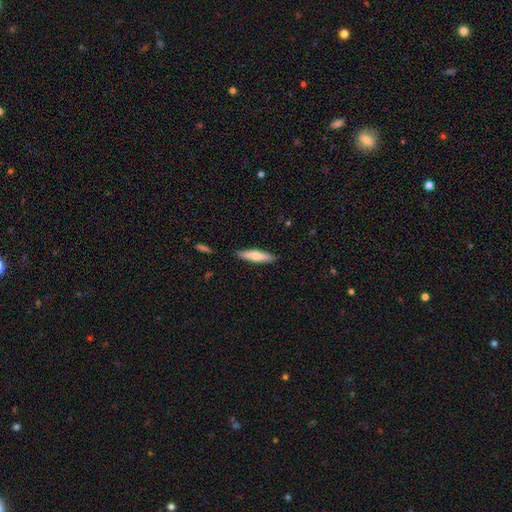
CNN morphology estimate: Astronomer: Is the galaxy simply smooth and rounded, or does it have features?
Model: smooth — 68%.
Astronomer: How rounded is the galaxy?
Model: cigar-shaped — 77%.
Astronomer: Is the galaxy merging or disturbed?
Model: none — 88%.